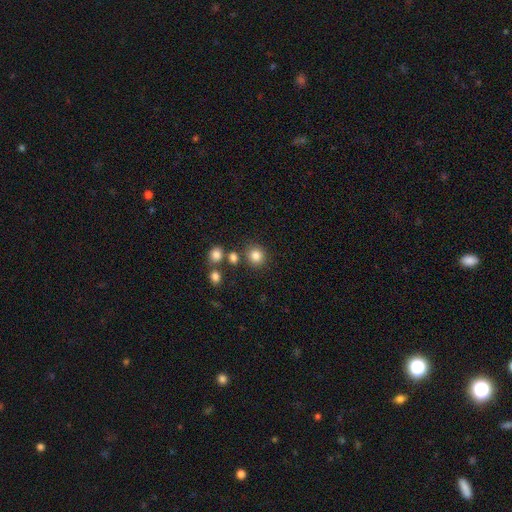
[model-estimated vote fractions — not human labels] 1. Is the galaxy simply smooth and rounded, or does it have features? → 83% smooth, 12% star or artifact, 5% featured or disk.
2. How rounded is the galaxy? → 88% round, 11% in between, 1% cigar-shaped.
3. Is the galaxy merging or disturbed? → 81% none, 8% minor disturbance, 7% merger, 3% major disturbance.